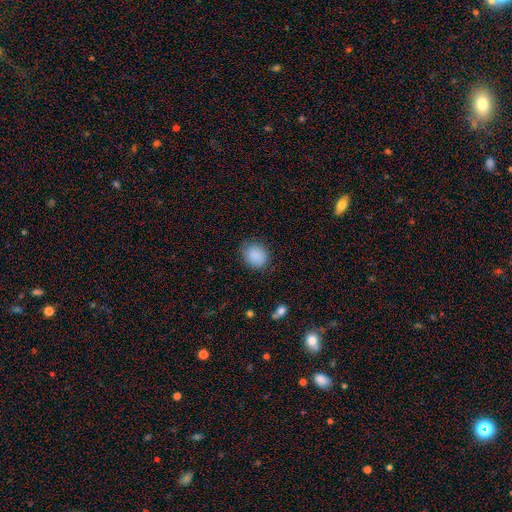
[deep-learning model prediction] Smooth or featured: smooth — 88% (star or artifact — 8%)
How rounded: round — 67% (in between — 32%)
Merging: none — 82% (minor disturbance — 13%)